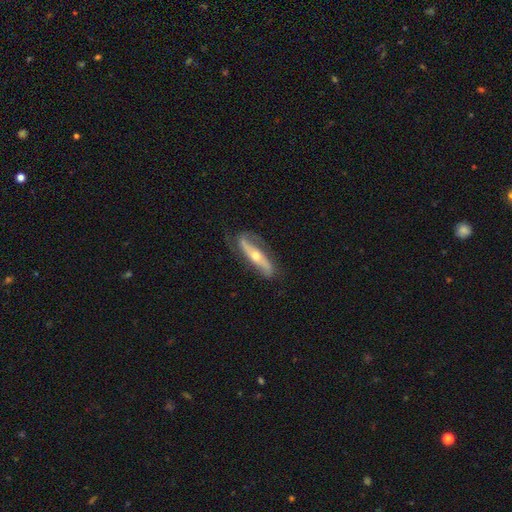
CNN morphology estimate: Smooth or featured? featured or disk (79%)
Edge-on disk? no (68%)
Bar? no (42%)
Spiral arms? yes (89%)
Bulge size? moderate (55%)
Merging? none (69%)